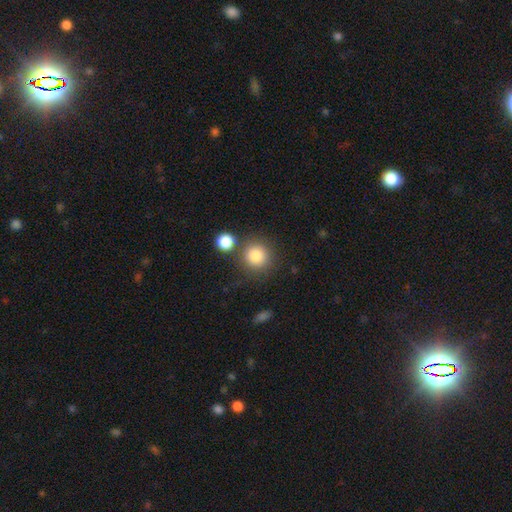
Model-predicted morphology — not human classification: Smooth or featured? smooth (84%)
How rounded? round (92%)
Merging? none (74%)